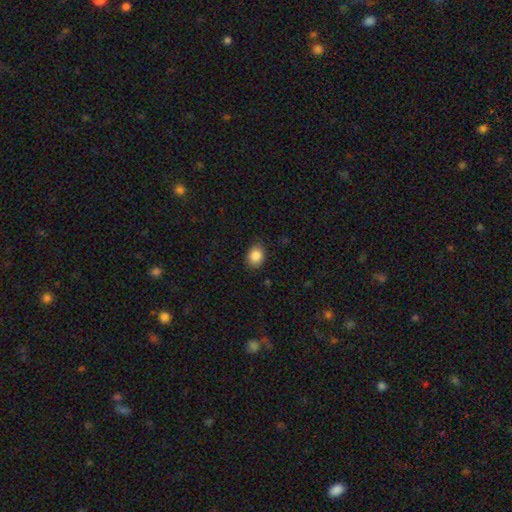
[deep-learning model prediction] Q: Smooth or featured?
A: smooth (86%); runner-up: star or artifact (9%)
Q: How rounded?
A: in between (56%); runner-up: round (43%)
Q: Merging?
A: none (83%); runner-up: minor disturbance (13%)